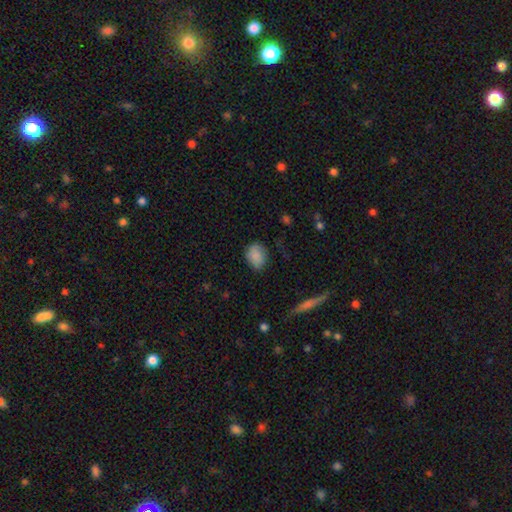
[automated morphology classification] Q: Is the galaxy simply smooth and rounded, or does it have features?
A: smooth — 85%.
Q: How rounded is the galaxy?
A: in between — 61%.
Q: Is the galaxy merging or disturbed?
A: none — 71%.